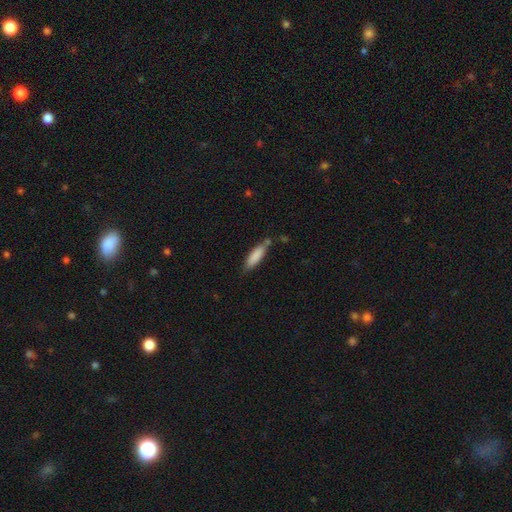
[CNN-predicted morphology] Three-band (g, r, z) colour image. It shows a smooth galaxy with no disk features (83%) that is cigar-shaped (64%). Merging: none (63%).